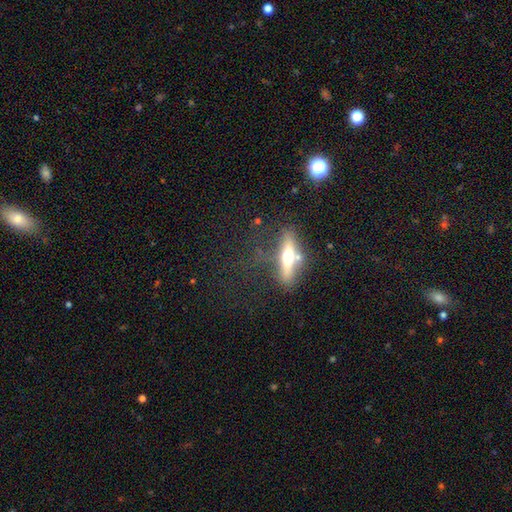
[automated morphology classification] Q: Smooth or featured?
A: featured or disk (61%); runner-up: smooth (25%)
Q: Edge-on disk?
A: yes (86%); runner-up: no (14%)
Q: Edge-on bulge?
A: rounded (93%); runner-up: none (4%)
Q: Merging?
A: none (54%); runner-up: minor disturbance (19%)